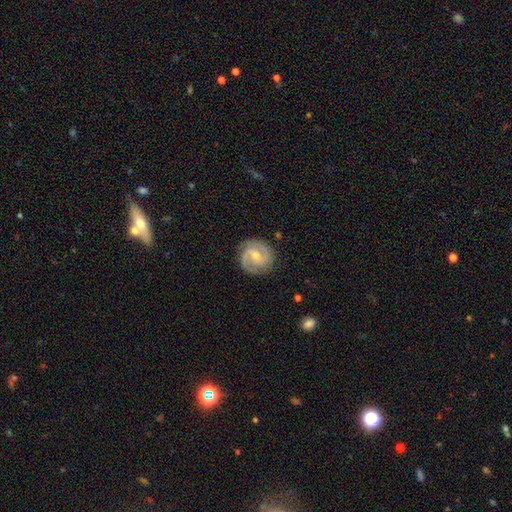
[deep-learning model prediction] Smooth or featured? Predicted: featured or disk (p=0.86). Edge-on disk? Predicted: no (p=0.98). Bar? Predicted: weak (p=0.47). Spiral arms? Predicted: yes (p=0.97). Spiral winding? Predicted: tight (p=0.49). Spiral arm count? Predicted: 2 (p=0.88). Bulge size? Predicted: small (p=0.53). Merging? Predicted: none (p=0.85).